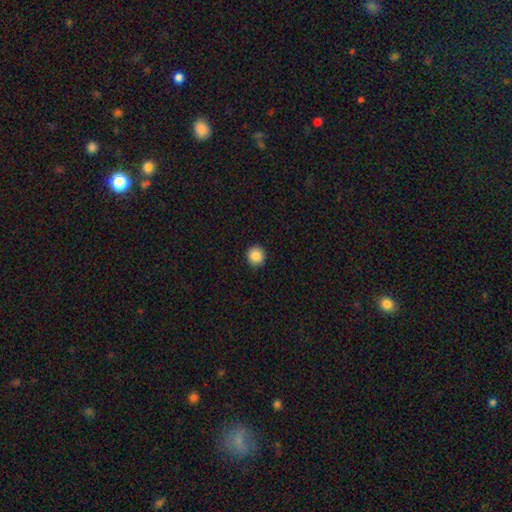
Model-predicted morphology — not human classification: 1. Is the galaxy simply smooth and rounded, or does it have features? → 87% smooth, 9% star or artifact, 4% featured or disk.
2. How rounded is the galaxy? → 93% round, 6% in between, 1% cigar-shaped.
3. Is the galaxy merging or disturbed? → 93% none, 5% minor disturbance, 2% major disturbance, 1% merger.